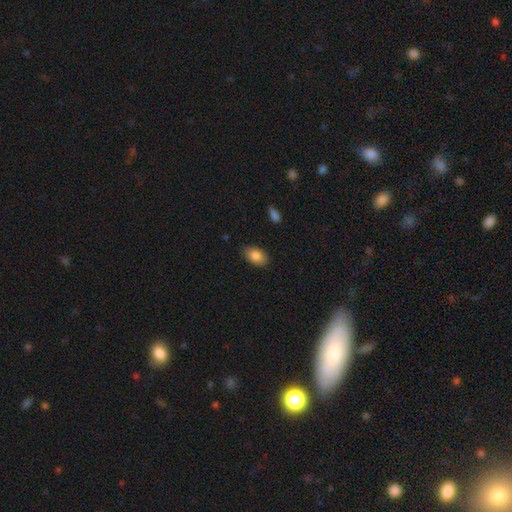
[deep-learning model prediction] smooth_or_featured: smooth (p=0.84) [alt: featured or disk p=0.09]
how_rounded: in between (p=0.91) [alt: round p=0.07]
merging: none (p=0.85) [alt: minor disturbance p=0.12]